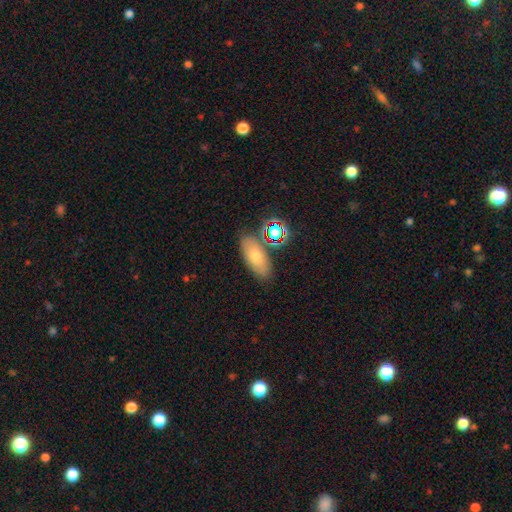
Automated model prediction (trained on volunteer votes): Smooth or featured?
  - smooth: 57% *
  - star or artifact: 22%
  - featured or disk: 21%
How rounded?
  - in between: 82% *
  - cigar-shaped: 9%
  - round: 9%
Merging?
  - none: 77% *
  - minor disturbance: 12%
  - merger: 7%
  - major disturbance: 4%